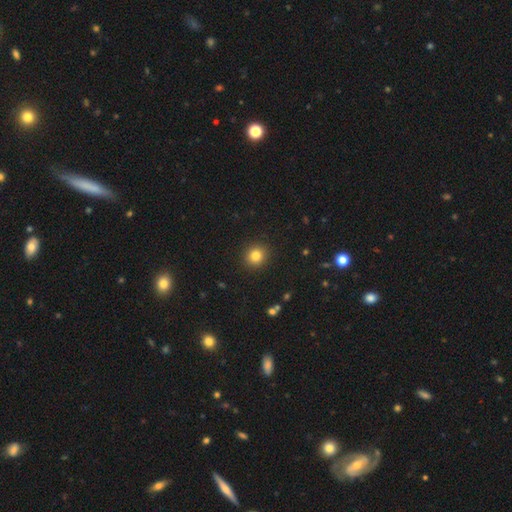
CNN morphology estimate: This appears to be a smooth galaxy with no disk features (82%) that is round (89%). Merging: none (91%).